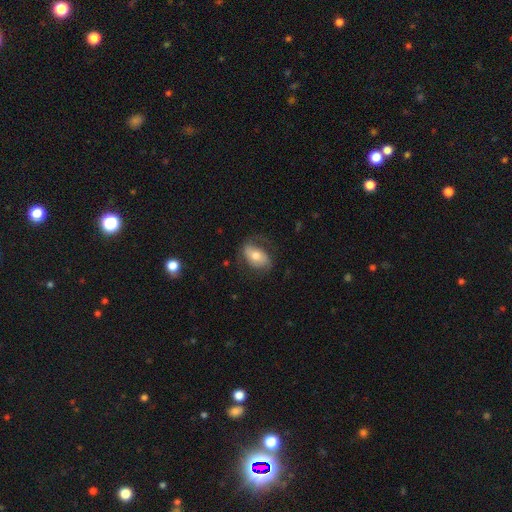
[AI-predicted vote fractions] Smooth or featured? Predicted: smooth (p=0.51). How rounded? Predicted: in between (p=0.87). Merging? Predicted: none (p=0.62).